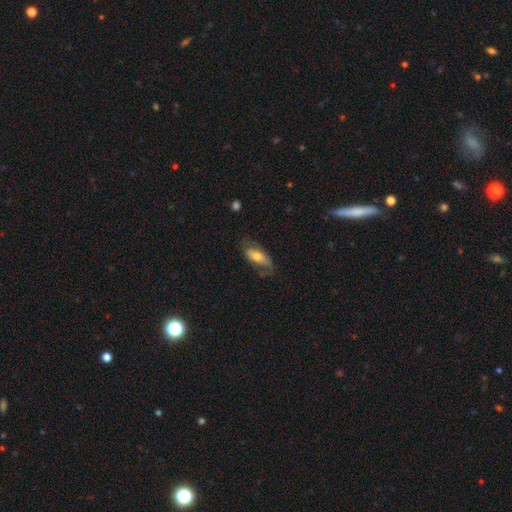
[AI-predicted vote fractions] Smooth or featured: smooth — 55% (featured or disk — 38%)
How rounded: in between — 79% (cigar-shaped — 18%)
Merging: none — 58% (minor disturbance — 26%)